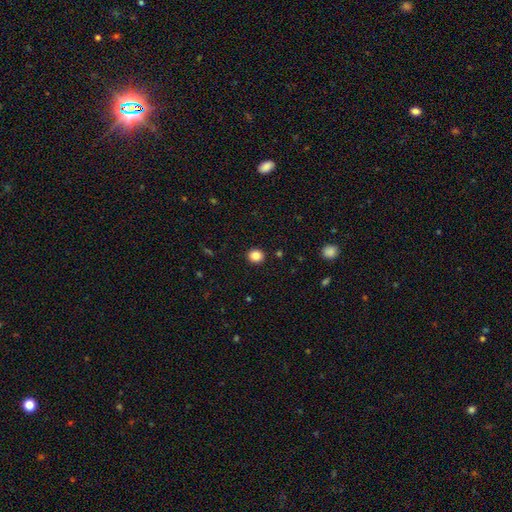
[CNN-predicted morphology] Smooth or featured: smooth — 85% (star or artifact — 10%)
How rounded: round — 79% (in between — 20%)
Merging: none — 92% (minor disturbance — 5%)